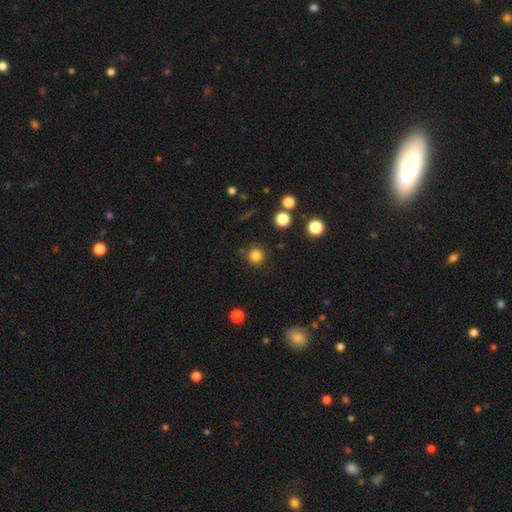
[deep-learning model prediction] Q: Smooth or featured?
A: smooth (83%); runner-up: star or artifact (13%)
Q: How rounded?
A: round (95%); runner-up: in between (4%)
Q: Merging?
A: none (86%); runner-up: minor disturbance (8%)